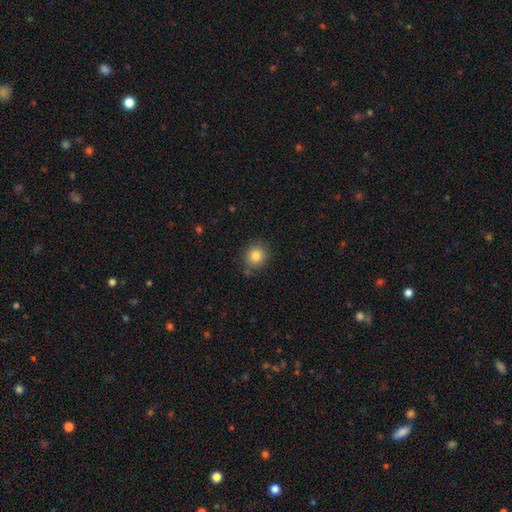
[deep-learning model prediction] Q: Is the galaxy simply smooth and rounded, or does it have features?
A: smooth — 82%.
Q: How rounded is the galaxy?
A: round — 84%.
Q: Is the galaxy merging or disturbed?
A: none — 81%.